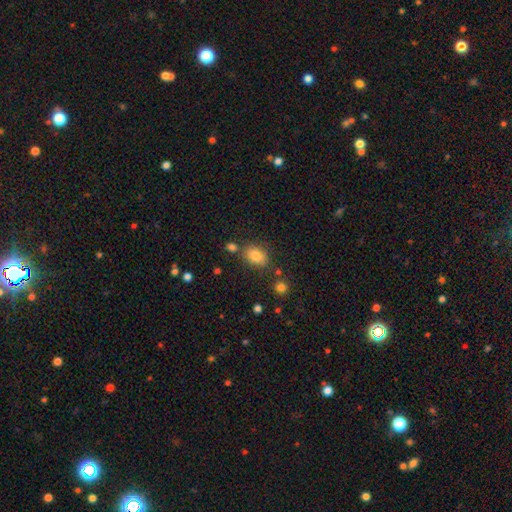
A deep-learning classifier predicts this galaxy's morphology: This appears to be a smooth galaxy with no disk features (83%) that is in between round and cigar-shaped (78%). Merging: none (71%).